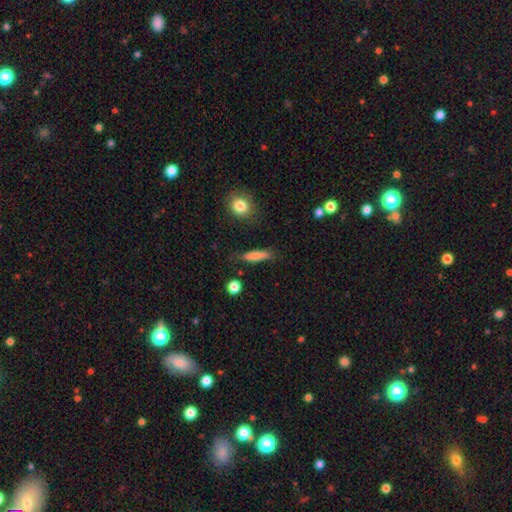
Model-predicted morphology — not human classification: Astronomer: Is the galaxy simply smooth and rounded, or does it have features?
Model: smooth — 81%.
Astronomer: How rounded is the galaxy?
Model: cigar-shaped — 74%.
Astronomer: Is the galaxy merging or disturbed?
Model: none — 78%.